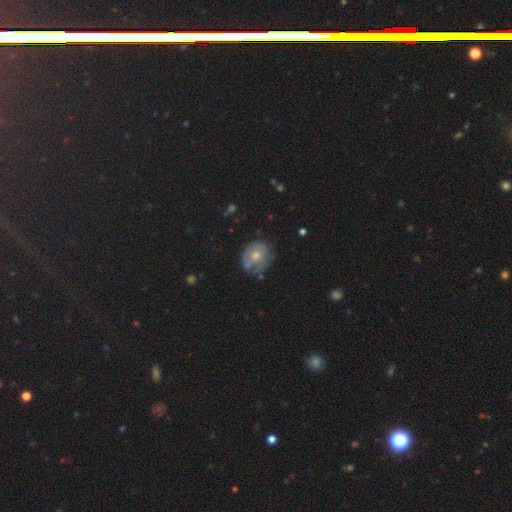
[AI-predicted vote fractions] Smooth or featured? smooth (55%)
How rounded? round (72%)
Merging? none (59%)